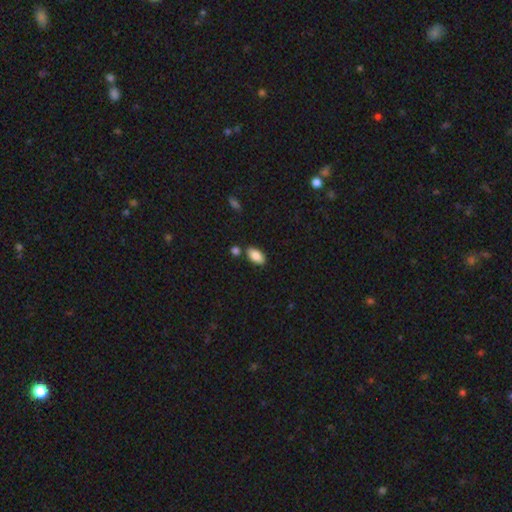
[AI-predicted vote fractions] This is clearly a smooth galaxy (87%). How rounded: clearly in between (93%). Merging: likely none (78%).